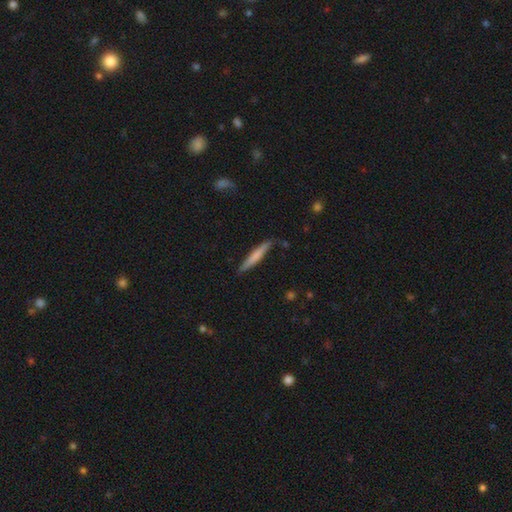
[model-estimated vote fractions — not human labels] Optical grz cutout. It shows a smooth galaxy with no disk features (64%) that is cigar-shaped (95%). Merging: none (81%).